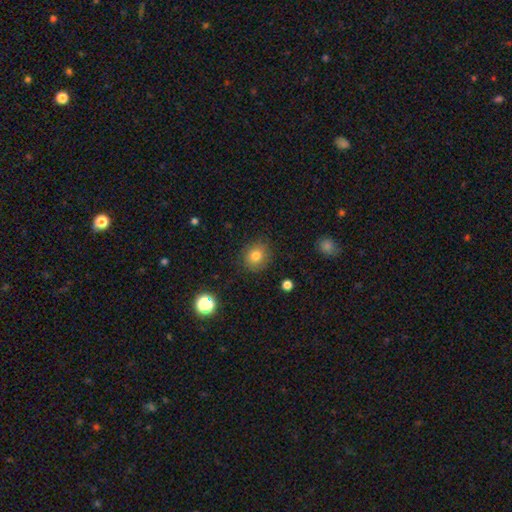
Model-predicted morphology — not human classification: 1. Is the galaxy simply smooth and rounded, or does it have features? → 79% smooth, 12% star or artifact, 9% featured or disk.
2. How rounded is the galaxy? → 85% round, 14% in between, 1% cigar-shaped.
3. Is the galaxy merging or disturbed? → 86% none, 10% minor disturbance, 3% major disturbance, 1% merger.